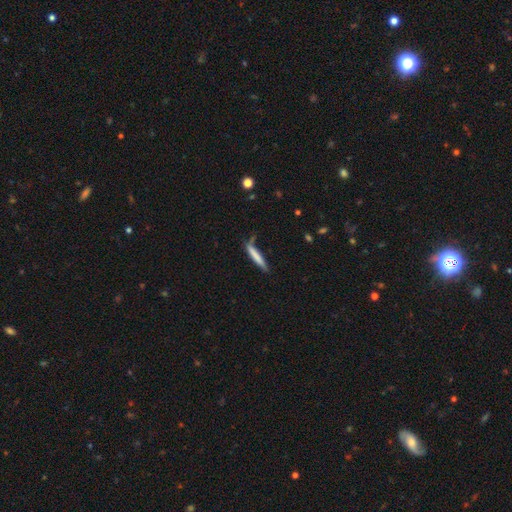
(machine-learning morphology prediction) Q: Smooth or featured?
A: smooth (75%); runner-up: featured or disk (20%)
Q: How rounded?
A: cigar-shaped (93%); runner-up: in between (6%)
Q: Merging?
A: none (68%); runner-up: minor disturbance (22%)